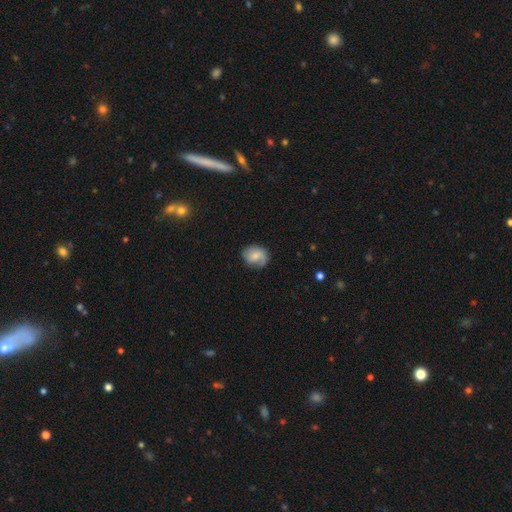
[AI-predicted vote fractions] This is possibly a smooth galaxy (50%). How rounded: likely round (64%). Merging: likely none (68%).